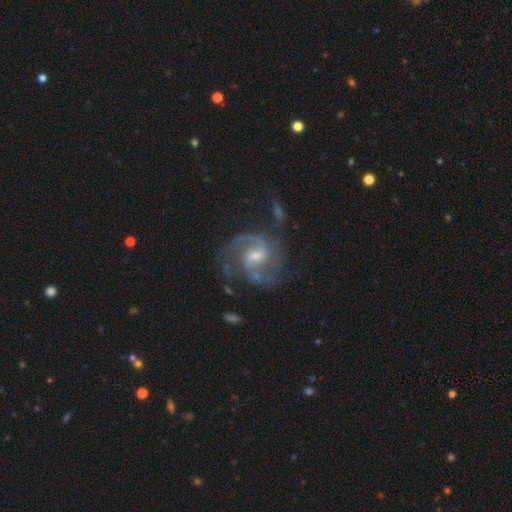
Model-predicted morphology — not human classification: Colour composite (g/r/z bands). It shows a featured or disk galaxy (88%) with a weak bar (62%), 2 (74%) medium (57%) spiral arms (97%) and a moderate central bulge (46%). Merging: none (61%).